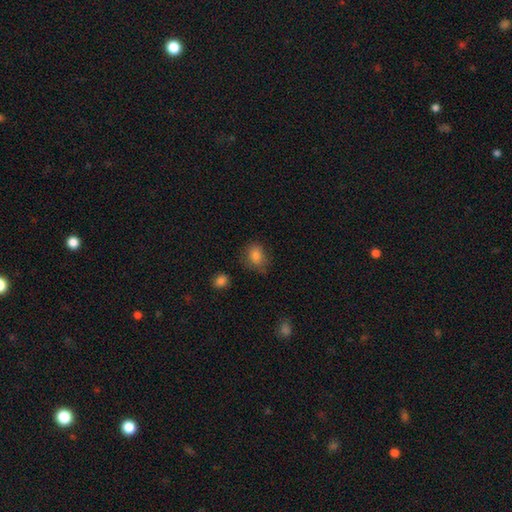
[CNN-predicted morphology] Q: Smooth or featured?
A: smooth (82%); runner-up: star or artifact (10%)
Q: How rounded?
A: in between (51%); runner-up: round (47%)
Q: Merging?
A: none (66%); runner-up: minor disturbance (25%)